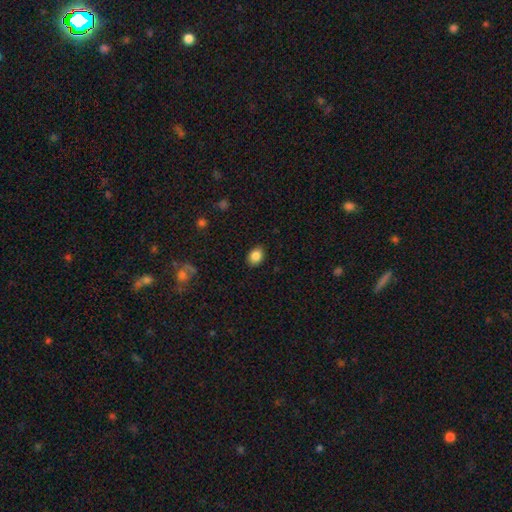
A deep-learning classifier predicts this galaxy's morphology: This is clearly a smooth galaxy (86%). How rounded: likely in between (68%). Merging: clearly none (87%).